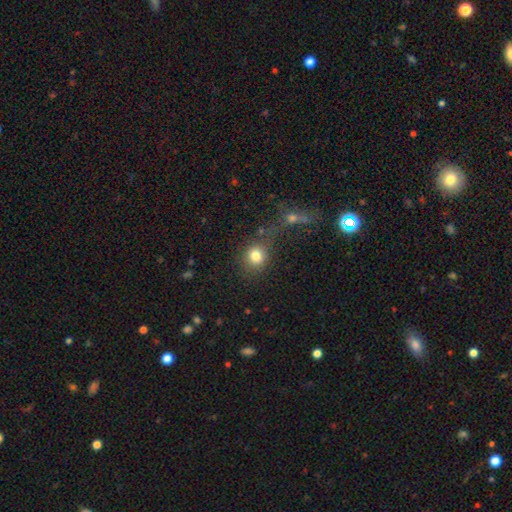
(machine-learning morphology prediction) Q: Smooth or featured?
A: smooth (80%); runner-up: star or artifact (12%)
Q: How rounded?
A: round (81%); runner-up: in between (17%)
Q: Merging?
A: none (57%); runner-up: merger (23%)